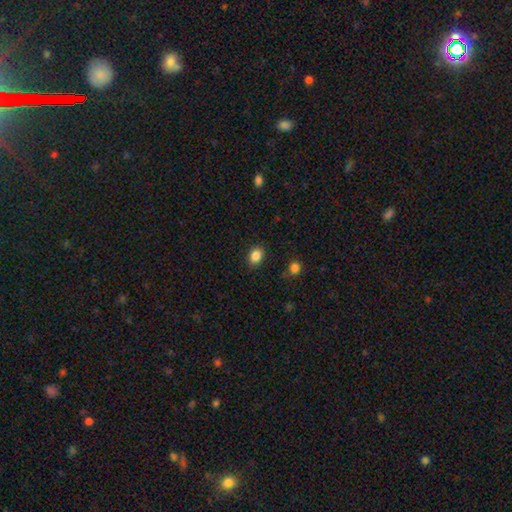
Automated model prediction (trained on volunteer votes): This is clearly a smooth galaxy (86%). How rounded: likely in between (62%). Merging: clearly none (87%).